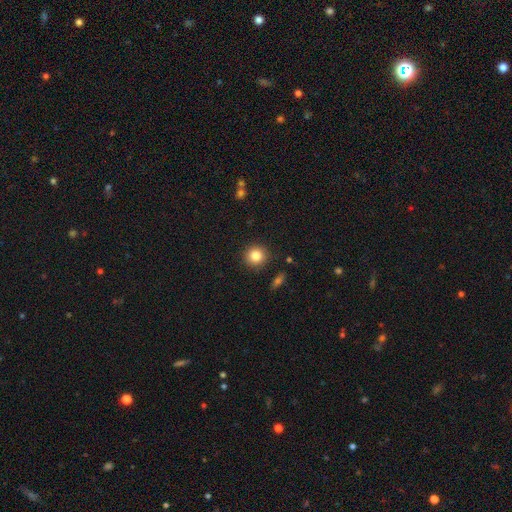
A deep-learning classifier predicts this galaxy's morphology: smooth-or-featured: smooth: 84% | star or artifact: 10% | featured or disk: 6%
  how-rounded: round: 92% | in between: 7% | cigar-shaped: 1%
  merging: none: 89% | minor disturbance: 7% | major disturbance: 2% | merger: 2%